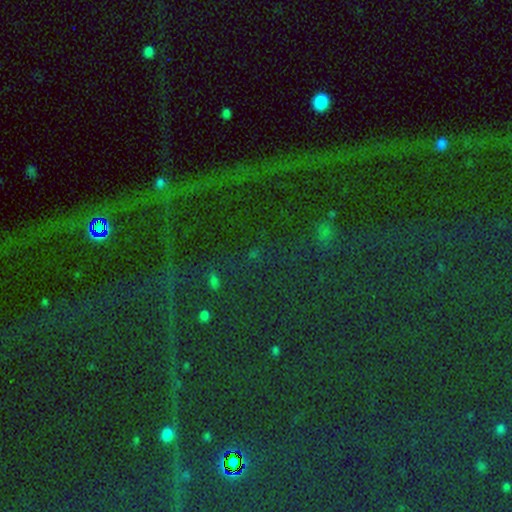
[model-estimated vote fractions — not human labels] star or artifact 75%, smooth 17%, featured or disk 8%.